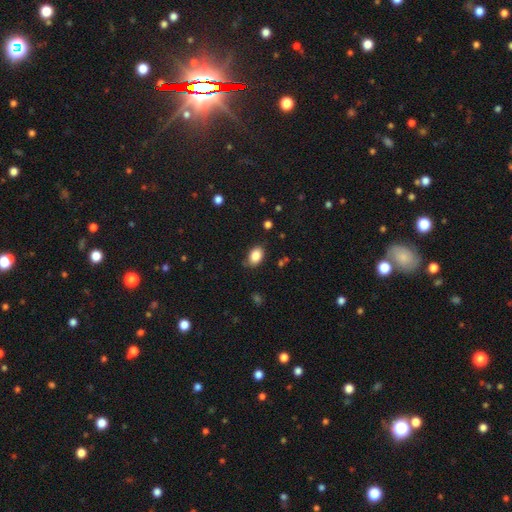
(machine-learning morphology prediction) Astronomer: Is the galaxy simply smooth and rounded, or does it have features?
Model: smooth — 86%.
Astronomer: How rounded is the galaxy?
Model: in between — 84%.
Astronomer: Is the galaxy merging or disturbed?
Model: none — 78%.